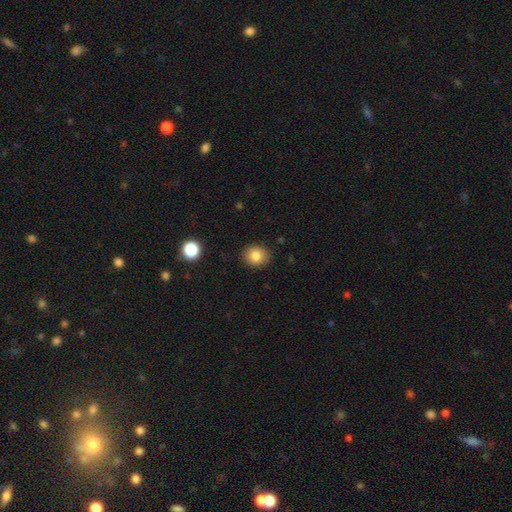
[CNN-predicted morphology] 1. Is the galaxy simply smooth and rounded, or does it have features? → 83% smooth, 11% star or artifact, 6% featured or disk.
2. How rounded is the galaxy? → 75% round, 24% in between, 1% cigar-shaped.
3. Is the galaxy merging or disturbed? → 88% none, 8% minor disturbance, 2% major disturbance, 1% merger.